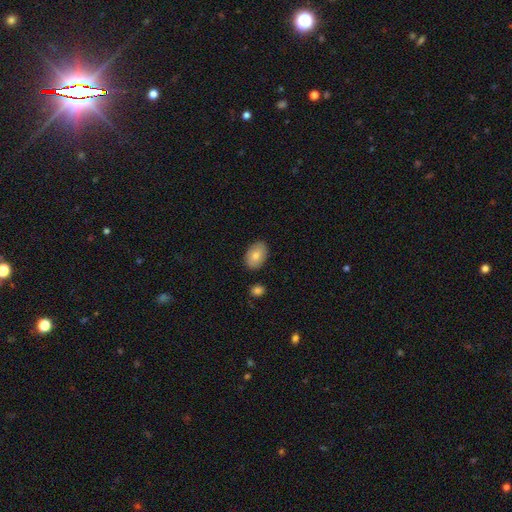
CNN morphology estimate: A smooth galaxy with no disk features (78%) that is in between round and cigar-shaped (88%).

Vote fractions:
- Smooth or featured? smooth: 78% / featured or disk: 15% / star or artifact: 7%
- How rounded? in between: 88% / round: 11% / cigar-shaped: 1%
- Merging? none: 85% / minor disturbance: 11% / major disturbance: 2% / merger: 2%